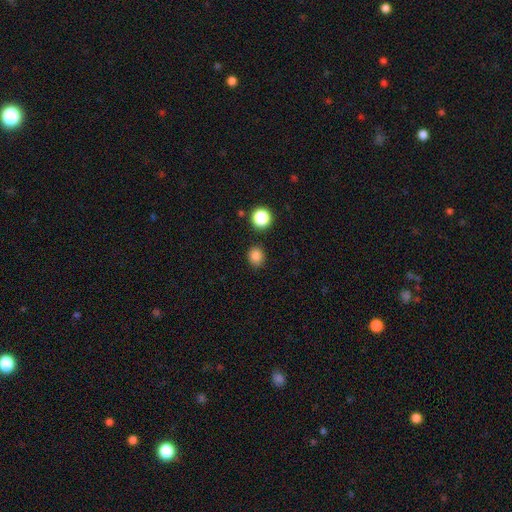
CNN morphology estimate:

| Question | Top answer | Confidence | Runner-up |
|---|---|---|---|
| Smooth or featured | smooth | 83% | star or artifact (13%) |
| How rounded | round | 76% | in between (24%) |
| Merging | none | 84% | minor disturbance (10%) |